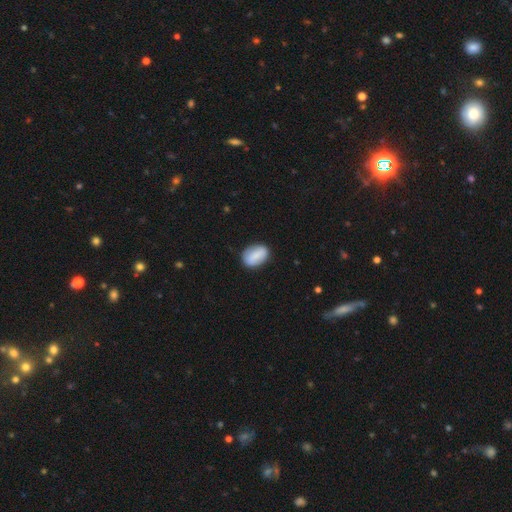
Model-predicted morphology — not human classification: Smooth or featured?
  - smooth: 78% *
  - featured or disk: 15%
  - star or artifact: 7%
How rounded?
  - in between: 84% *
  - round: 14%
  - cigar-shaped: 2%
Merging?
  - none: 83% *
  - minor disturbance: 13%
  - major disturbance: 3%
  - merger: 1%